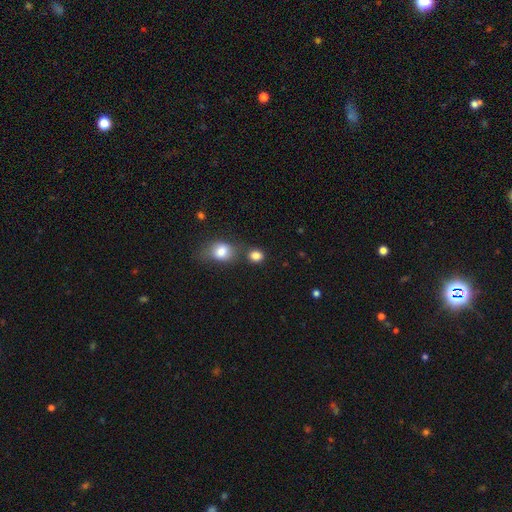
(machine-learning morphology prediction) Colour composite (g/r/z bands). It shows a smooth galaxy with no disk features (84%) that is round (70%). Merging: none (65%).